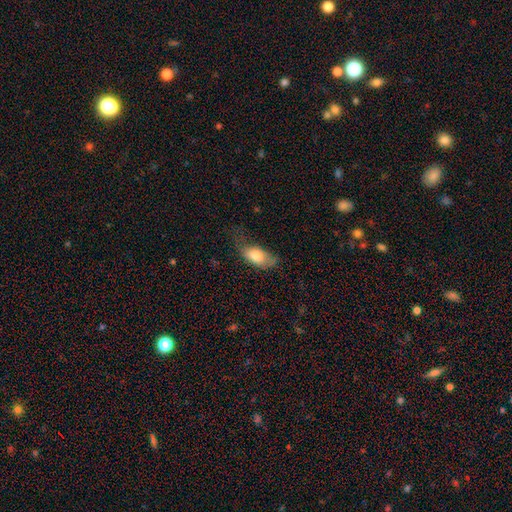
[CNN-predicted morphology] smooth-or-featured: smooth: 78% | featured or disk: 15% | star or artifact: 7%
  how-rounded: in between: 89% | cigar-shaped: 7% | round: 4%
  merging: minor disturbance: 35% | none: 31% | major disturbance: 31% | merger: 2%